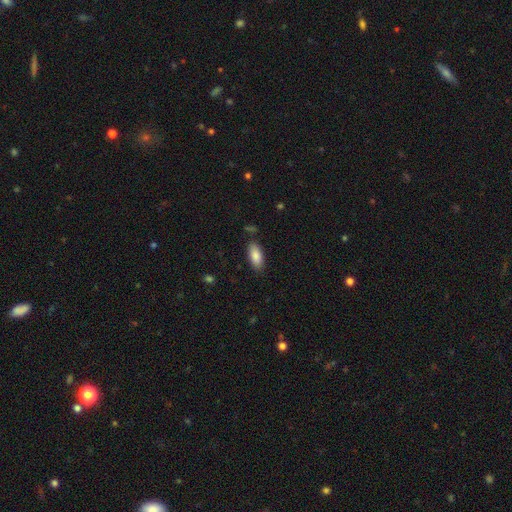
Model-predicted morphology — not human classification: This appears to be a smooth galaxy with no disk features (86%) that is in between round and cigar-shaped (87%). Merging: none (84%).